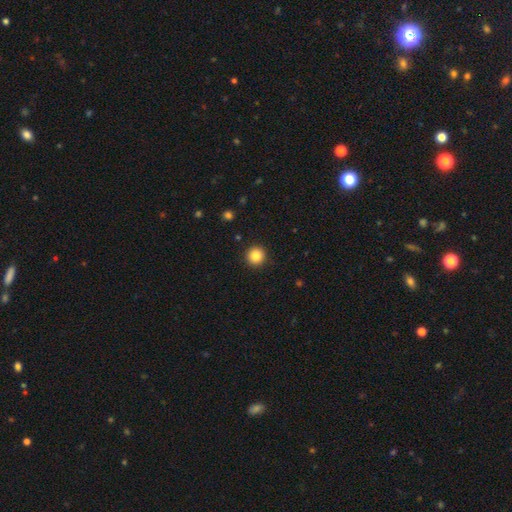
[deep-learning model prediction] Smooth or featured? Predicted: smooth (p=0.85). How rounded? Predicted: round (p=0.96). Merging? Predicted: none (p=0.93).